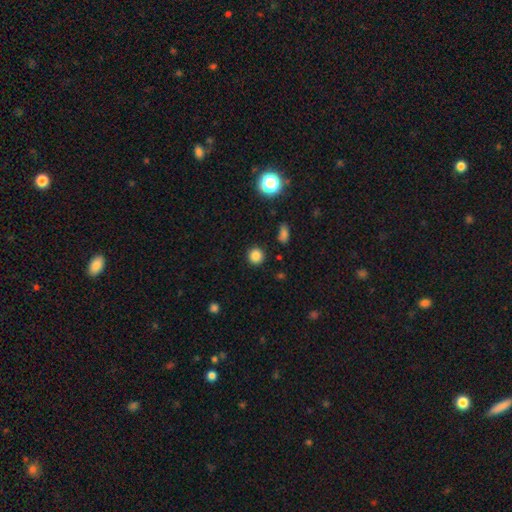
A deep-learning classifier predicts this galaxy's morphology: This appears to be a smooth galaxy with no disk features (85%) that is round (94%). Merging: none (91%).